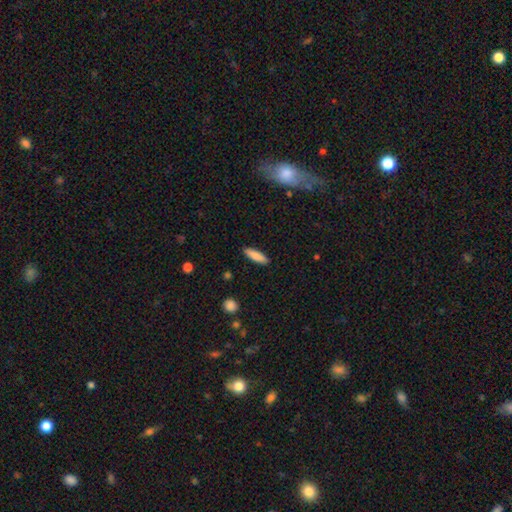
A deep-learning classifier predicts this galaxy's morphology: A smooth galaxy with no disk features (85%) that is cigar-shaped (66%).

Vote fractions:
- Smooth or featured? smooth: 85% / featured or disk: 9% / star or artifact: 6%
- How rounded? cigar-shaped: 66% / in between: 32% / round: 2%
- Merging? none: 90% / minor disturbance: 7% / major disturbance: 2% / merger: 1%